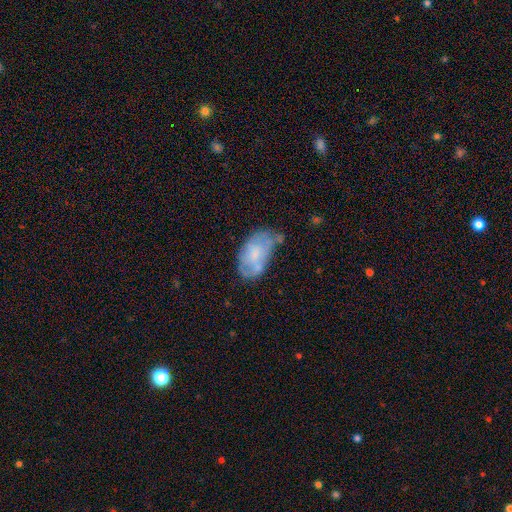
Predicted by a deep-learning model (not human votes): smooth_or_featured: smooth (p=0.52) [alt: featured or disk p=0.40]
how_rounded: in between (p=0.93) [alt: round p=0.05]
merging: none (p=0.43) [alt: minor disturbance p=0.35]